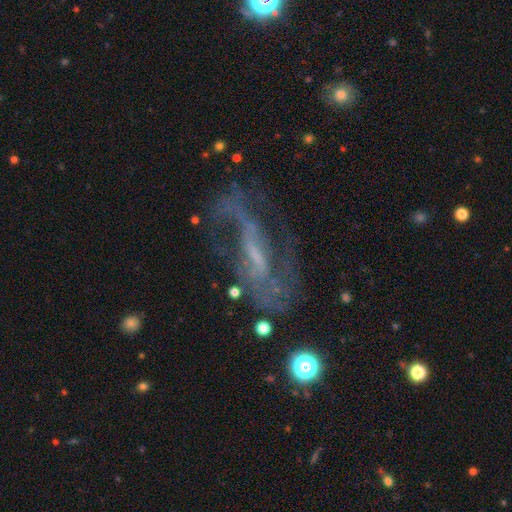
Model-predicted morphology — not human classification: smooth-or-featured: featured or disk: 76% | star or artifact: 13% | smooth: 11%
  disk-edge-on: no: 83% | yes: 17%
    bar: strong: 39% | weak: 37% | no: 24%
    has-spiral-arms: yes: 80% | no: 20%
      spiral-winding: loose: 43% | medium: 39% | tight: 18%
      spiral-arm-count: 2: 62% | can't tell: 22% | 1: 6% | 3: 5% | 4: 3% | more than 4: 3%
    bulge-size: small: 48% | none: 30% | moderate: 18% | large: 3% | dominant: 1%
  merging: none: 55% | major disturbance: 23% | minor disturbance: 18% | merger: 4%